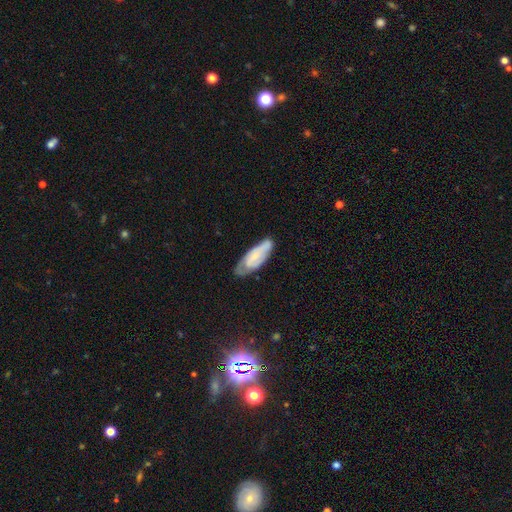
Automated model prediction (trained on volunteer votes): Smooth or featured: smooth — 48% (featured or disk — 45%)
Merging: none — 56% (minor disturbance — 32%)